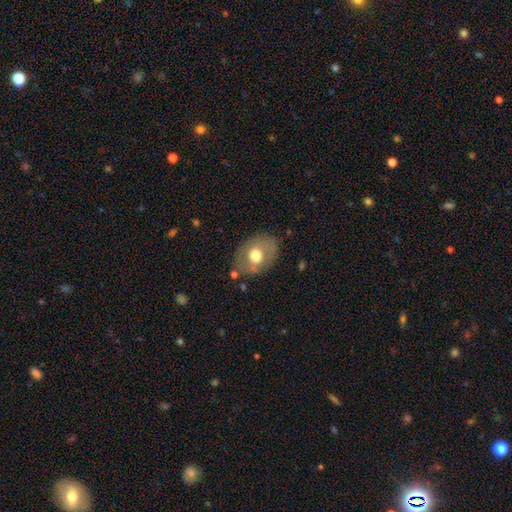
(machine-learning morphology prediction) A smooth galaxy with no disk features (60%) that is in between round and cigar-shaped (67%).

Vote fractions:
- Smooth or featured? smooth: 60% / featured or disk: 33% / star or artifact: 8%
- How rounded? in between: 67% / round: 32% / cigar-shaped: 1%
- Merging? none: 75% / minor disturbance: 16% / major disturbance: 6% / merger: 3%